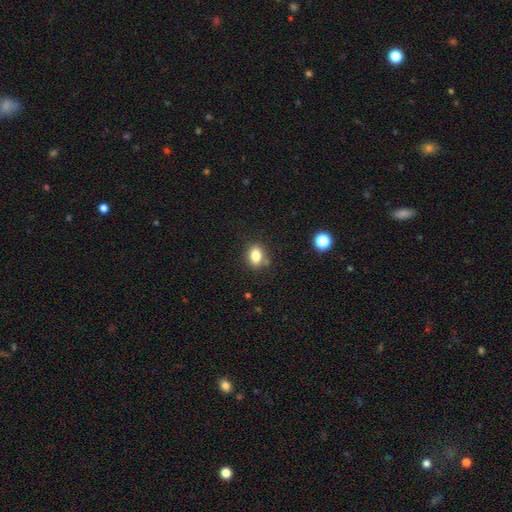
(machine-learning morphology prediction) smooth-or-featured: smooth: 82% | star or artifact: 10% | featured or disk: 8%
  how-rounded: in between: 74% | round: 24% | cigar-shaped: 2%
  merging: none: 77% | minor disturbance: 14% | merger: 6% | major disturbance: 3%